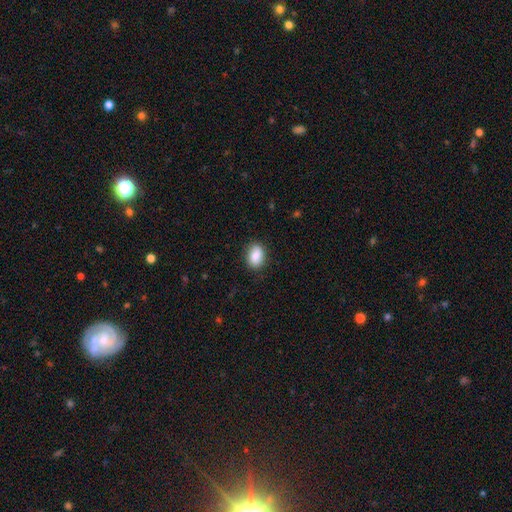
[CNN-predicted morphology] Smooth or featured?
  - smooth: 85% *
  - featured or disk: 8%
  - star or artifact: 7%
How rounded?
  - in between: 77% *
  - round: 21%
  - cigar-shaped: 1%
Merging?
  - none: 86% *
  - minor disturbance: 11%
  - major disturbance: 3%
  - merger: 1%